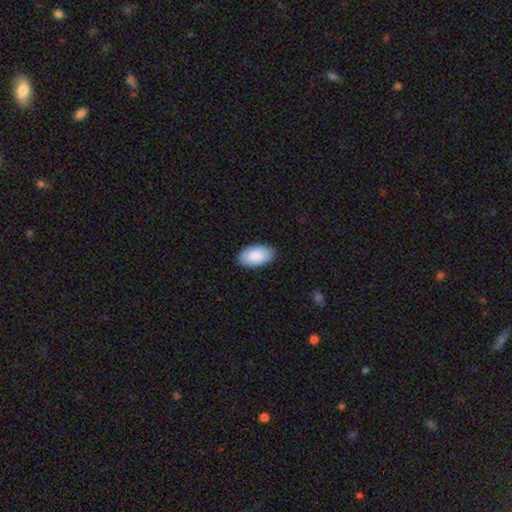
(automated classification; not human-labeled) Overall: smooth (89%). How rounded: in between (96%). Merging: none (88%).